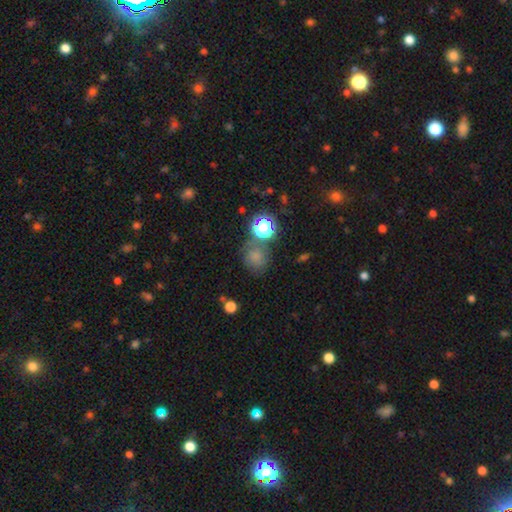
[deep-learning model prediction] A smooth galaxy with no disk features (62%) that is round (82%).

Vote fractions:
- Smooth or featured? smooth: 62% / star or artifact: 25% / featured or disk: 13%
- How rounded? round: 82% / in between: 17% / cigar-shaped: 1%
- Merging? none: 60% / minor disturbance: 17% / merger: 14% / major disturbance: 9%